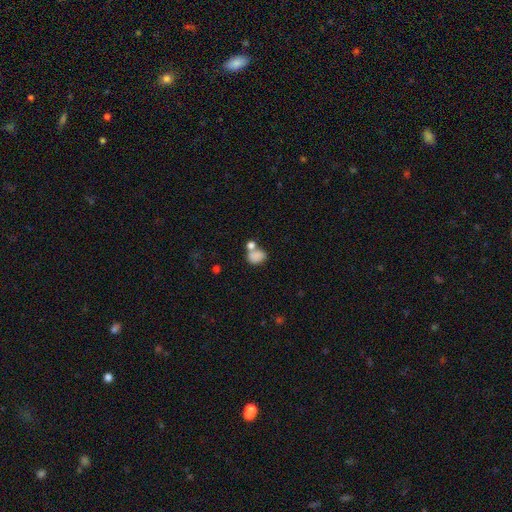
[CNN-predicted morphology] Smooth or featured? smooth (81%)
How rounded? in between (64%)
Merging? merger (42%)